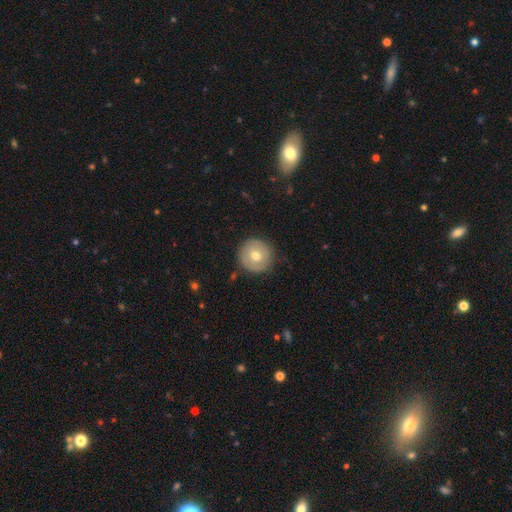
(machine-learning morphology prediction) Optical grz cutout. It shows a smooth galaxy with no disk features (61%) that is round (95%). Merging: none (87%).